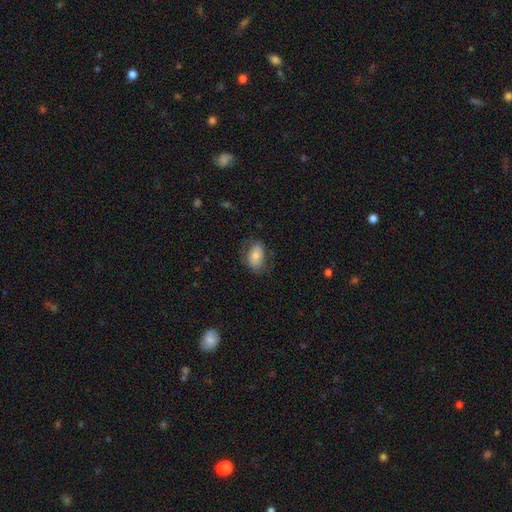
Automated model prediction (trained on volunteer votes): smooth 69%, featured or disk 24%, star or artifact 7%. Down the decision tree: how rounded — in between (87%); merging — none (65%).